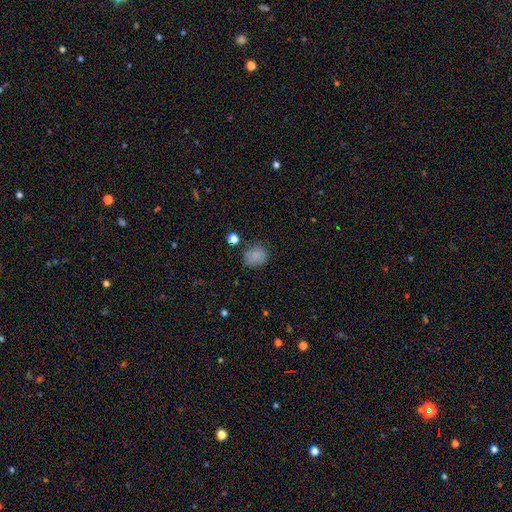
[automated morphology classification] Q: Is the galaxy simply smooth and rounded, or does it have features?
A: smooth — 82%.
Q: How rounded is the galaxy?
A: round — 74%.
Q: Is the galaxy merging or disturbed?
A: none — 75%.